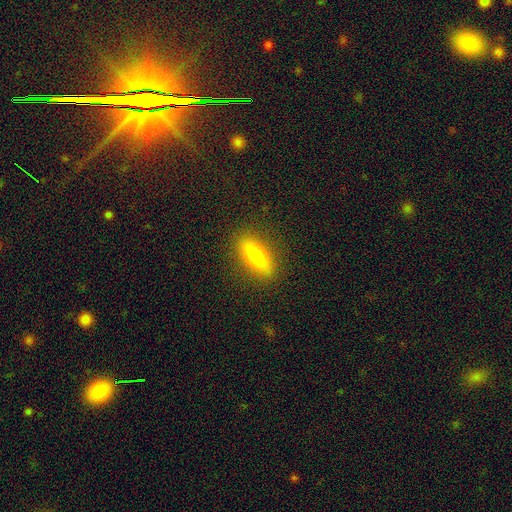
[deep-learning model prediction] Overall: smooth (69%). How rounded: in between (54%; cigar-shaped 42%). Merging: none (88%).